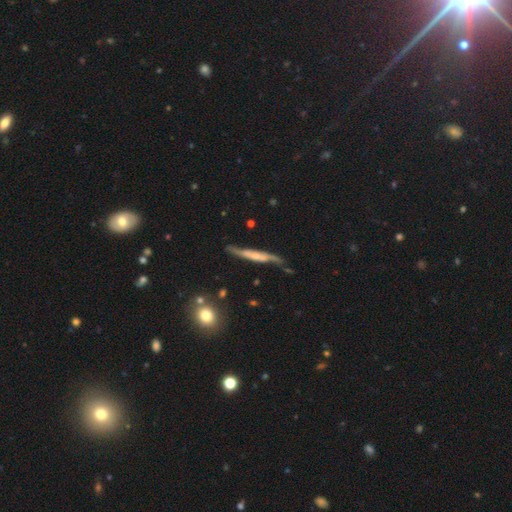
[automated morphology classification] Q: Smooth or featured?
A: featured or disk (67%); runner-up: smooth (27%)
Q: Edge-on disk?
A: yes (77%); runner-up: no (23%)
Q: Edge-on bulge?
A: none (43%); runner-up: rounded (39%)
Q: Merging?
A: none (61%); runner-up: minor disturbance (26%)